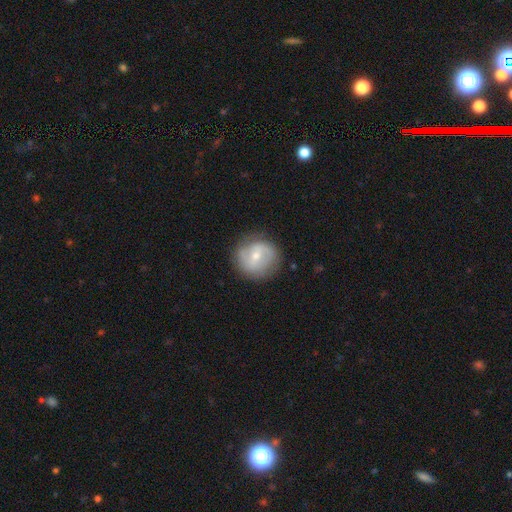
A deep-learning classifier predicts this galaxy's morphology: This appears to be a featured or disk galaxy (52%). Merging: none (81%).